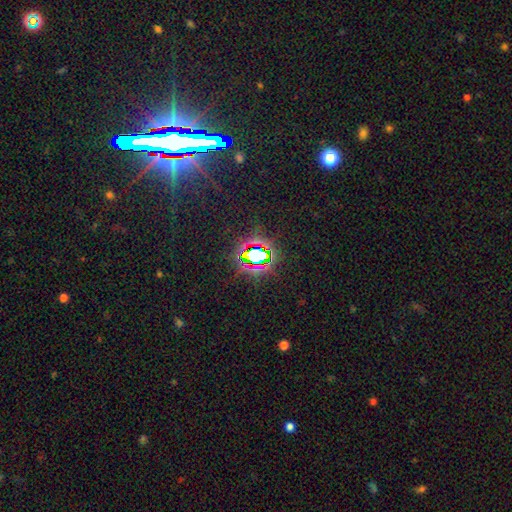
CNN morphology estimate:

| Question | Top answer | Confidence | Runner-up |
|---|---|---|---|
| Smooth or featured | star or artifact | 75% | smooth (15%) |